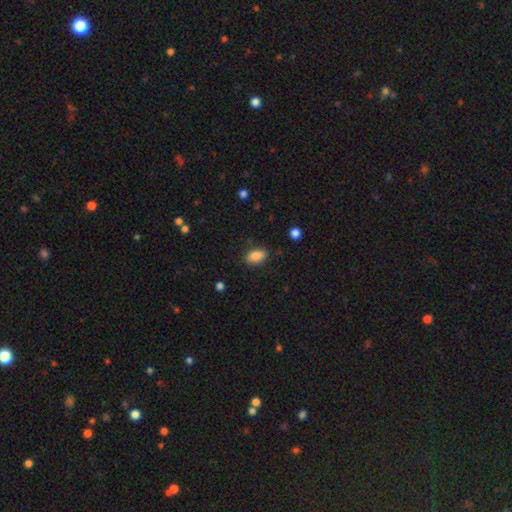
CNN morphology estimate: smooth 88%, star or artifact 8%, featured or disk 4%. Down the decision tree: how rounded — in between (91%); merging — none (84%).